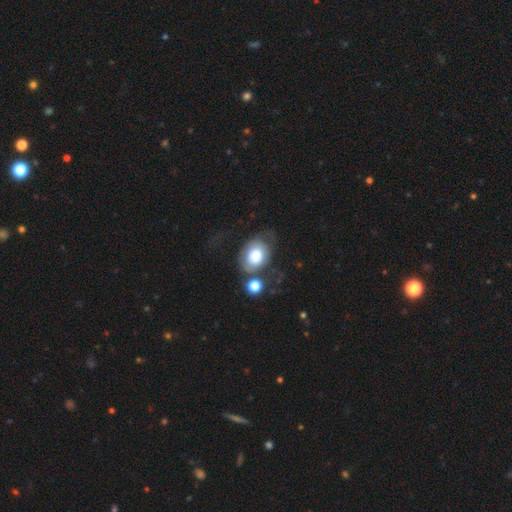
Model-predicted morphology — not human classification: Q: Smooth or featured?
A: smooth (69%); runner-up: featured or disk (24%)
Q: How rounded?
A: in between (65%); runner-up: round (34%)
Q: Merging?
A: none (41%); runner-up: major disturbance (22%)